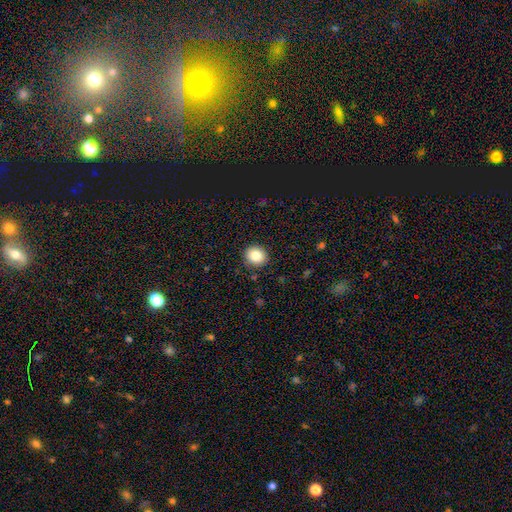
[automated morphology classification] Overall: smooth (84%). How rounded: round (81%). Merging: none (89%).